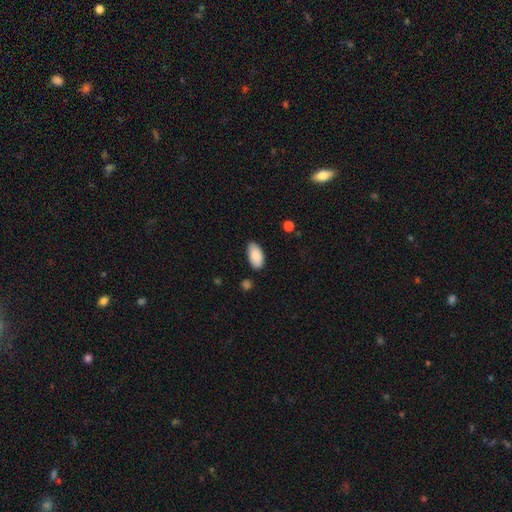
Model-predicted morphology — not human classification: smooth-or-featured: smooth: 88% | star or artifact: 6% | featured or disk: 6%
  how-rounded: in between: 95% | cigar-shaped: 3% | round: 2%
  merging: none: 82% | minor disturbance: 14% | major disturbance: 2% | merger: 2%